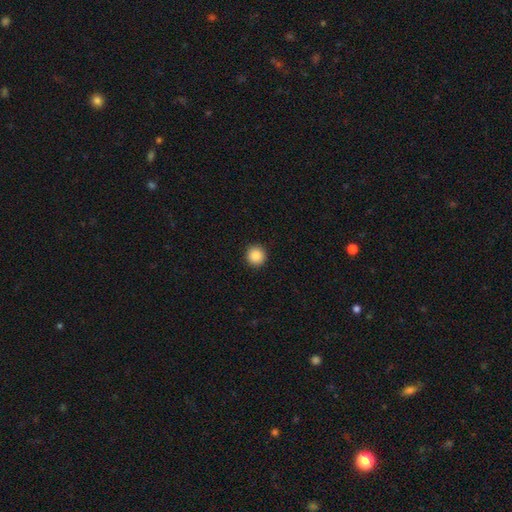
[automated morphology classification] smooth 88%, star or artifact 9%, featured or disk 3%. Down the decision tree: how rounded — round (95%); merging — none (93%).